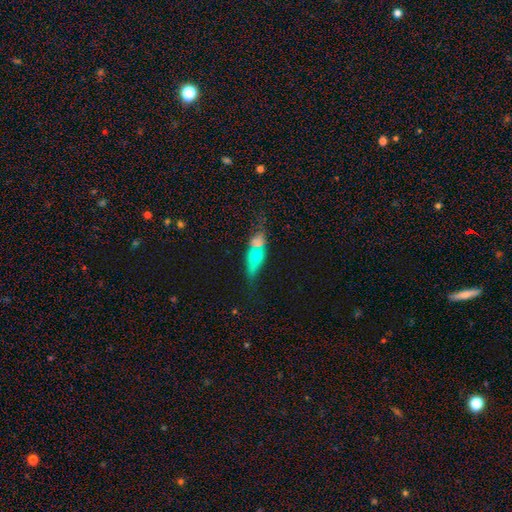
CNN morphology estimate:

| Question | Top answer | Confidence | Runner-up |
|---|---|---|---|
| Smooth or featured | smooth | 57% | featured or disk (31%) |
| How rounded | in between | 59% | cigar-shaped (33%) |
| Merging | none | 46% | merger (26%) |